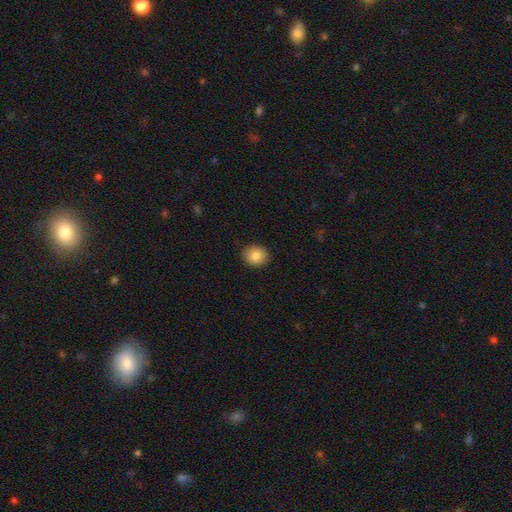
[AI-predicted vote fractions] This appears to be a smooth galaxy with no disk features (84%) that is round (69%). Merging: none (90%).